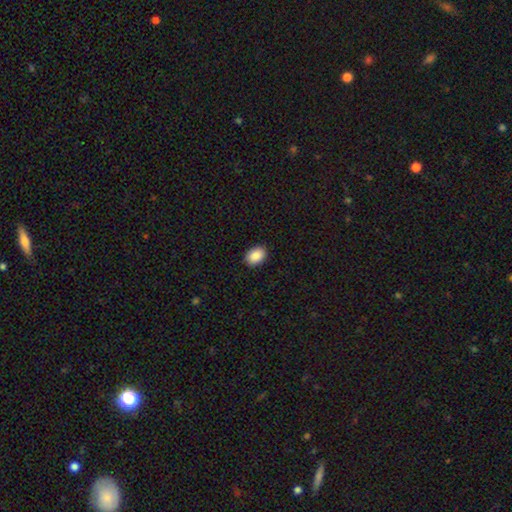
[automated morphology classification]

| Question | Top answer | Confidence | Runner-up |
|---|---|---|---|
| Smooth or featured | smooth | 89% | star or artifact (7%) |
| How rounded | in between | 81% | round (18%) |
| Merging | none | 90% | minor disturbance (7%) |